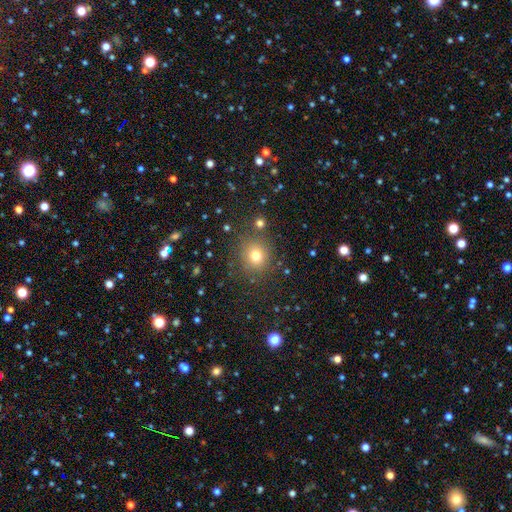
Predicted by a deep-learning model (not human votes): A smooth galaxy with no disk features (75%) that is round (87%).

Vote fractions:
- Smooth or featured? smooth: 75% / star or artifact: 17% / featured or disk: 8%
- How rounded? round: 87% / in between: 12% / cigar-shaped: 1%
- Merging? none: 84% / minor disturbance: 9% / merger: 4% / major disturbance: 4%